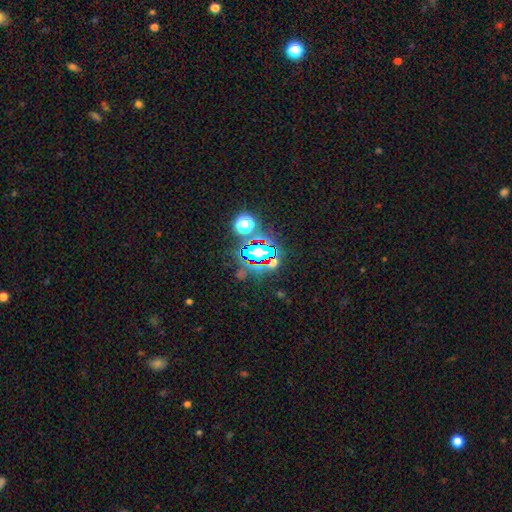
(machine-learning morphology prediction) star or artifact 64%, smooth 24%, featured or disk 12%.